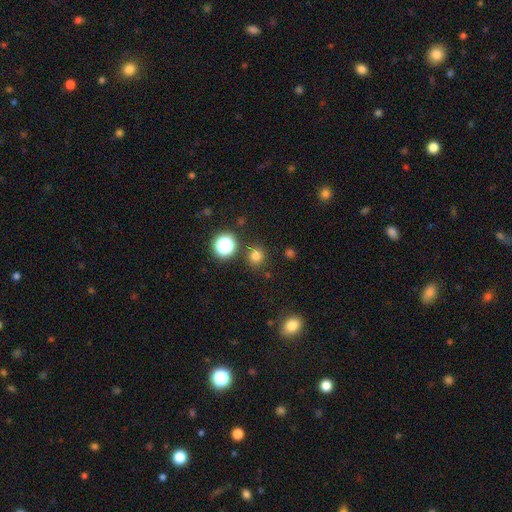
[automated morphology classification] A smooth galaxy with no disk features (76%) that is round (93%). Merging: none (87%).